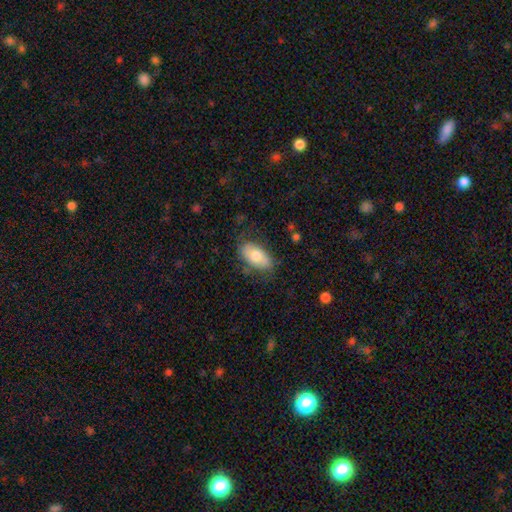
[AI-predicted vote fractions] This is likely a smooth galaxy (70%). How rounded: clearly in between (93%). Merging: likely none (71%).